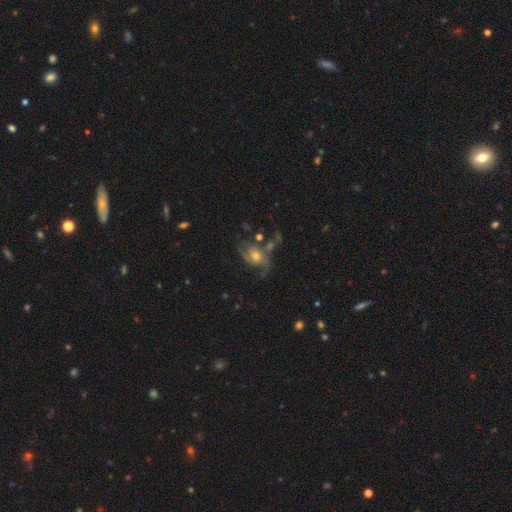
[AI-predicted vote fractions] featured or disk 74%, smooth 17%, star or artifact 9%. Down the decision tree: edge-on disk — no (97%); bar — no (73%); spiral arms — yes (89%); spiral arm count — 2 (62%); spiral winding — loose (45%); bulge size — moderate (65%); merging — none (45%).